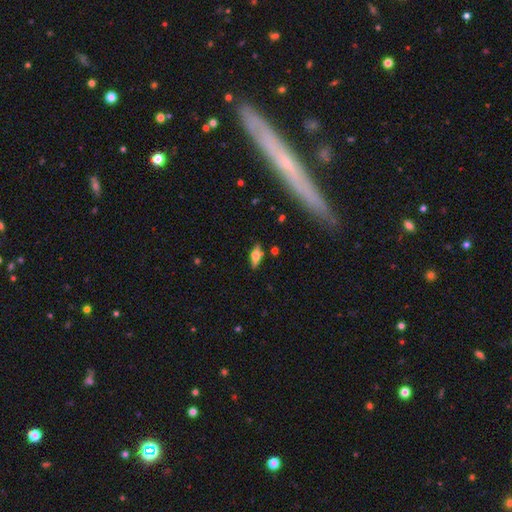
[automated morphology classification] Smooth or featured: featured or disk — 51% (smooth — 40%)
Edge-on disk: yes — 91% (no — 9%)
Merging: none — 82% (minor disturbance — 12%)